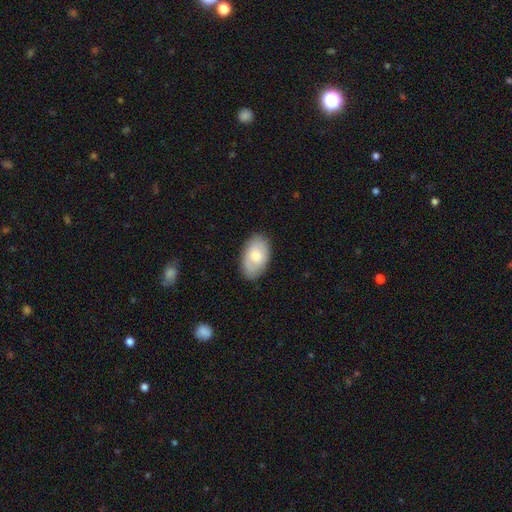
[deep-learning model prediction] Smooth or featured: smooth — 69% (featured or disk — 25%)
How rounded: in between — 92% (round — 7%)
Merging: none — 83% (minor disturbance — 13%)